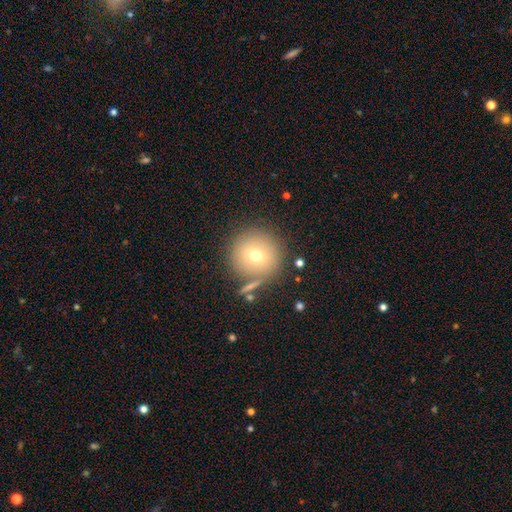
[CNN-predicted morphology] smooth 69%, featured or disk 17%, star or artifact 14%. Down the decision tree: how rounded — round (95%); merging — none (79%).